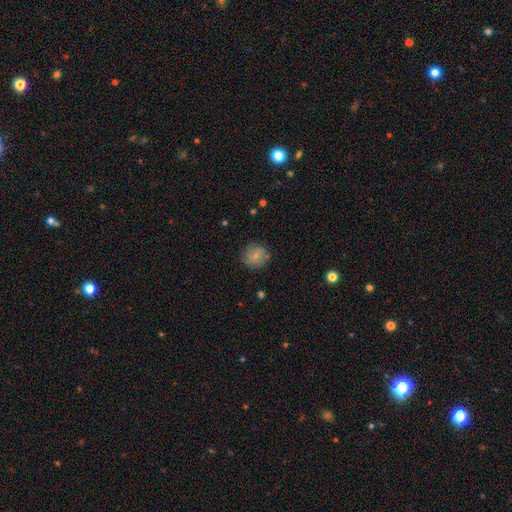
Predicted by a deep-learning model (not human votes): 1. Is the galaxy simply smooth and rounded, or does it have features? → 77% smooth, 14% featured or disk, 9% star or artifact.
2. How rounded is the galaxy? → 87% round, 12% in between, 1% cigar-shaped.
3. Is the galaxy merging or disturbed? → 79% none, 15% minor disturbance, 4% major disturbance, 2% merger.